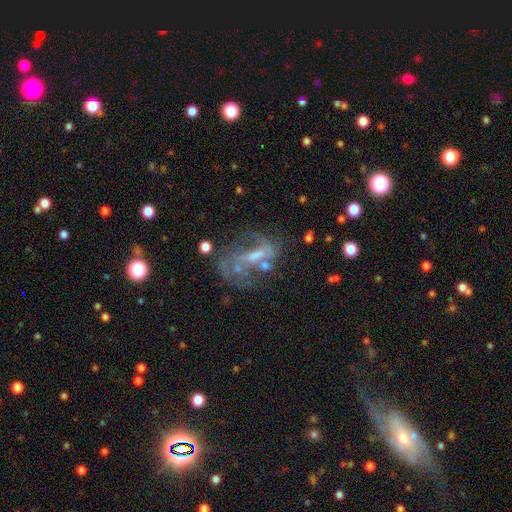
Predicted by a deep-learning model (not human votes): Overall: featured or disk (67%). Edge-on disk: no (94%). Bar: weak (41%; no 35%). Spiral arms: yes (55%; no 45%). Bulge size: small (33%; moderate 32%). Merging: none (38%; major disturbance 32%).